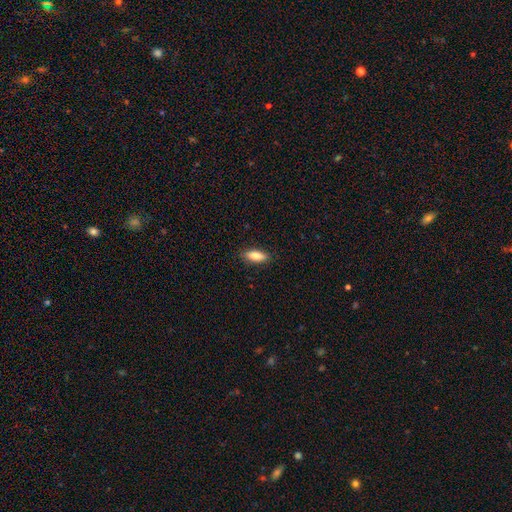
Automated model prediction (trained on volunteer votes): Overall: smooth (83%). How rounded: in between (72%). Merging: none (88%).